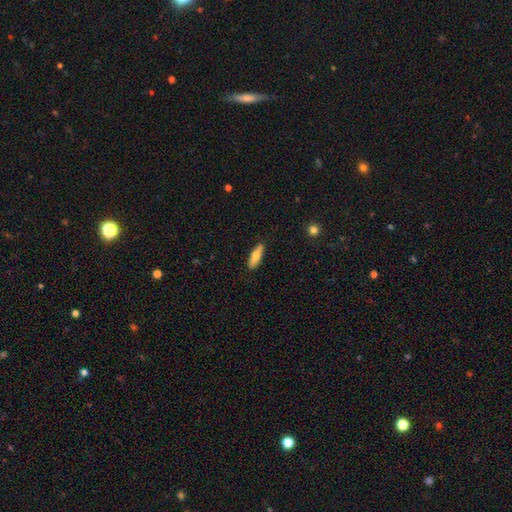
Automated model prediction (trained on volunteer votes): Morphology: type=smooth (68%); roundness=cigar-shaped (53%); merging=none (88%).